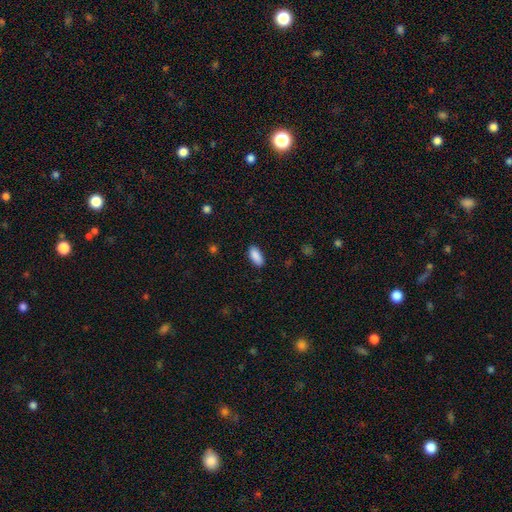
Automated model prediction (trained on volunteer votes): Q: Smooth or featured?
A: smooth (90%); runner-up: star or artifact (7%)
Q: How rounded?
A: in between (87%); runner-up: cigar-shaped (10%)
Q: Merging?
A: none (87%); runner-up: minor disturbance (10%)